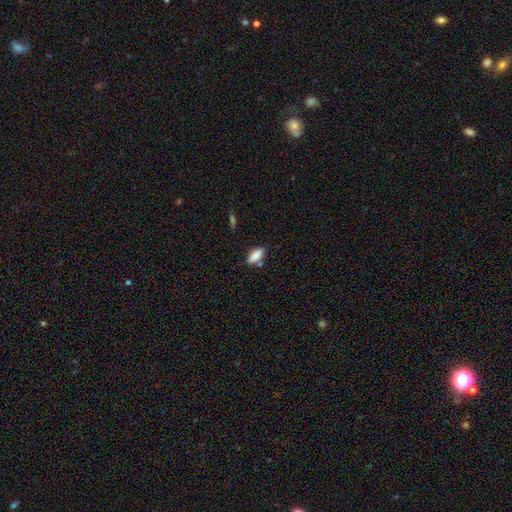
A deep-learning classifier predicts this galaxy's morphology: smooth 84%, featured or disk 8%, star or artifact 7%. Down the decision tree: how rounded — in between (77%); merging — none (71%).